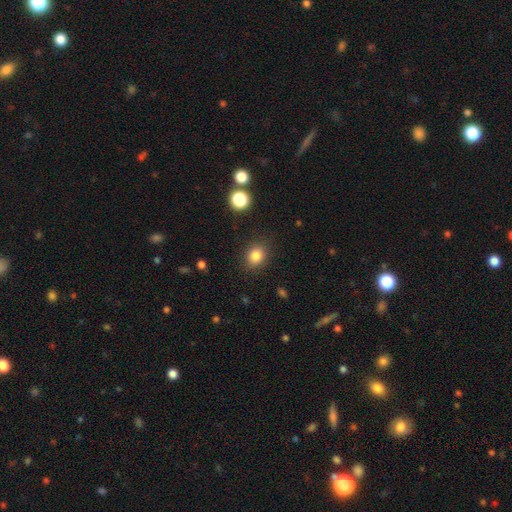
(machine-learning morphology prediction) Smooth or featured?
  - smooth: 83% *
  - star or artifact: 11%
  - featured or disk: 6%
How rounded?
  - round: 56% *
  - in between: 43%
  - cigar-shaped: 1%
Merging?
  - none: 87% *
  - minor disturbance: 9%
  - major disturbance: 3%
  - merger: 1%